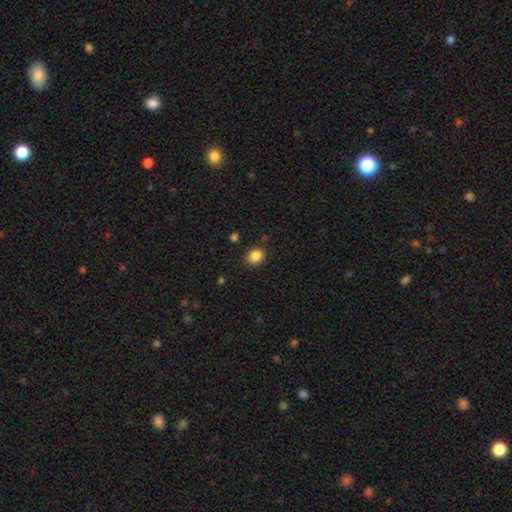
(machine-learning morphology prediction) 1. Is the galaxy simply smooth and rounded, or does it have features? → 86% smooth, 10% star or artifact, 4% featured or disk.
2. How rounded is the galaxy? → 62% round, 38% in between, 1% cigar-shaped.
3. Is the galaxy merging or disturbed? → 85% none, 10% minor disturbance, 3% major disturbance, 2% merger.